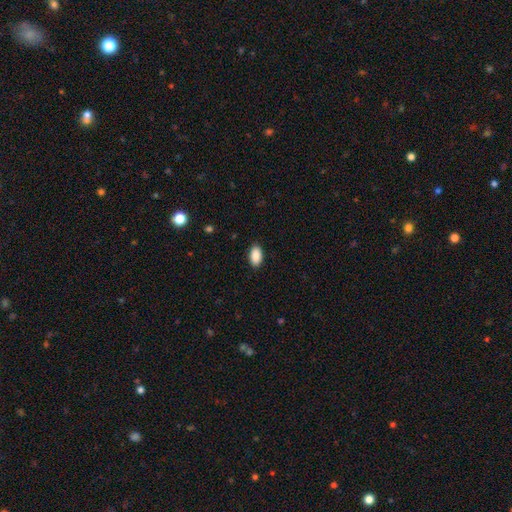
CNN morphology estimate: This appears to be a smooth galaxy with no disk features (90%) that is in between round and cigar-shaped (94%). Merging: none (89%).